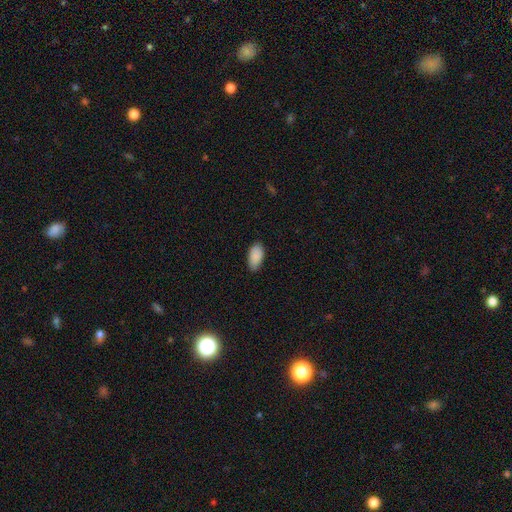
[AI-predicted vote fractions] This appears to be a smooth galaxy with no disk features (90%) that is in between round and cigar-shaped (94%). Merging: none (82%).